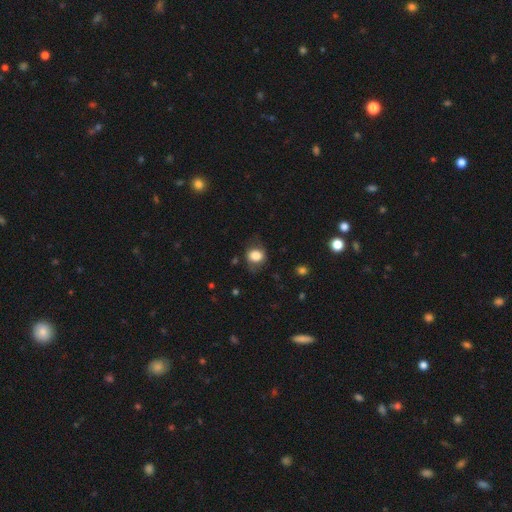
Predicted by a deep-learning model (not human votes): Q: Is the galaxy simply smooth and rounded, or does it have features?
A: smooth — 77%.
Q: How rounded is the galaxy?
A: round — 61%.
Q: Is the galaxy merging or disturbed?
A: none — 66%.